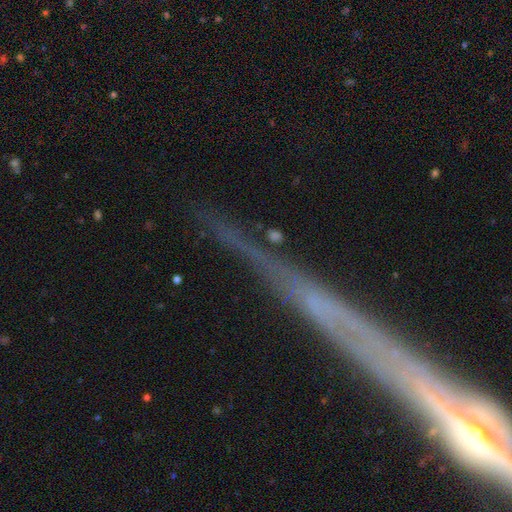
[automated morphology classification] A featured or disk galaxy (46%).

Vote fractions:
- Smooth or featured? featured or disk: 46% / star or artifact: 31% / smooth: 22%
- Merging? none: 79% / minor disturbance: 11% / major disturbance: 5% / merger: 4%